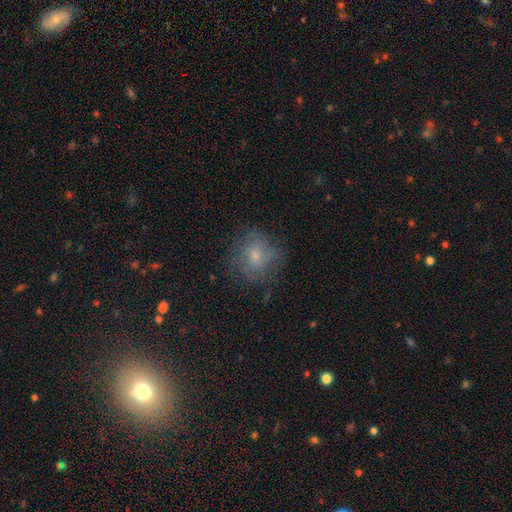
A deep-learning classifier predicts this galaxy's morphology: This appears to be a smooth galaxy with no disk features (57%) that is round (72%). Merging: none (62%).